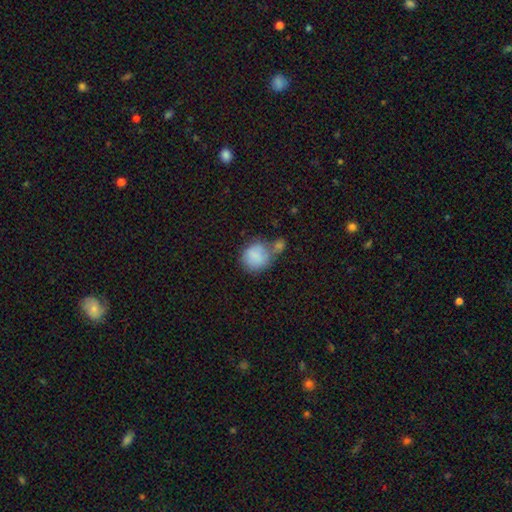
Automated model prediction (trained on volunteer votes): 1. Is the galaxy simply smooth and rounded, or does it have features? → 83% smooth, 10% featured or disk, 8% star or artifact.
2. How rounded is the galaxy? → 79% round, 20% in between, 1% cigar-shaped.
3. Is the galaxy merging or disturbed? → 38% none, 33% merger, 18% minor disturbance, 11% major disturbance.